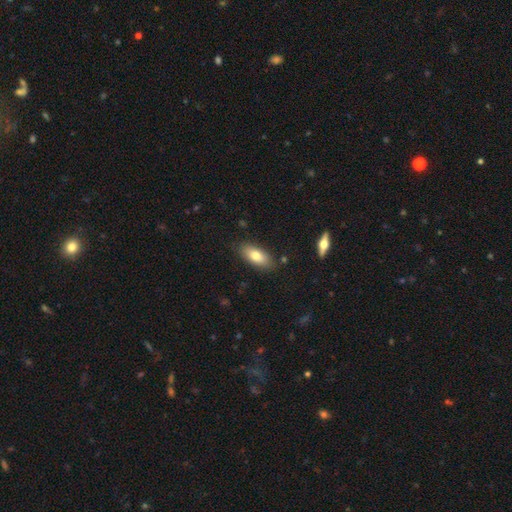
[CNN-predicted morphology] Smooth or featured?
  - smooth: 75% *
  - featured or disk: 18%
  - star or artifact: 7%
How rounded?
  - in between: 84% *
  - cigar-shaped: 14%
  - round: 3%
Merging?
  - none: 84% *
  - minor disturbance: 11%
  - major disturbance: 3%
  - merger: 2%